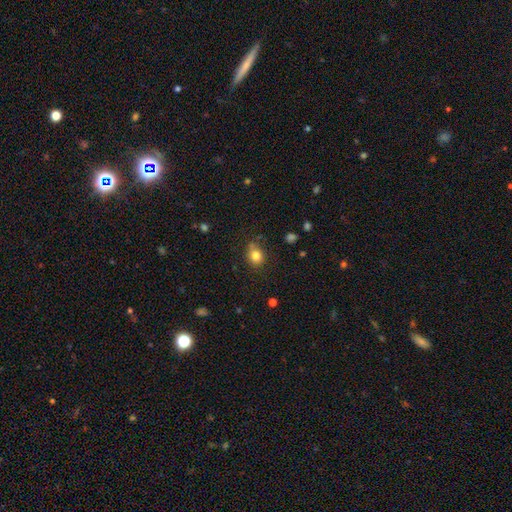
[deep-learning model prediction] A smooth galaxy with no disk features (81%) that is round (68%). Merging: none (73%).